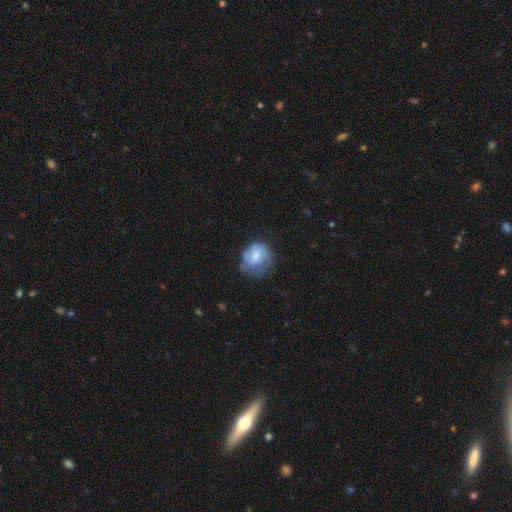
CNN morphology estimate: Smooth or featured?
  - smooth: 47% *
  - featured or disk: 46%
  - star or artifact: 7%
Merging?
  - none: 57% *
  - minor disturbance: 27%
  - major disturbance: 15%
  - merger: 2%